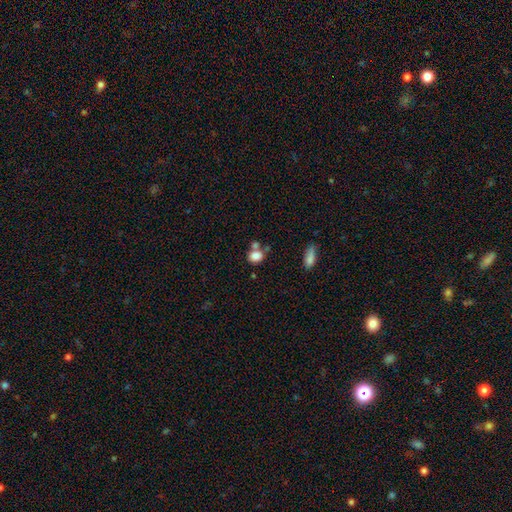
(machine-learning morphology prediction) Smooth or featured? smooth (83%)
How rounded? round (49%, tied with in between)
Merging? none (49%)